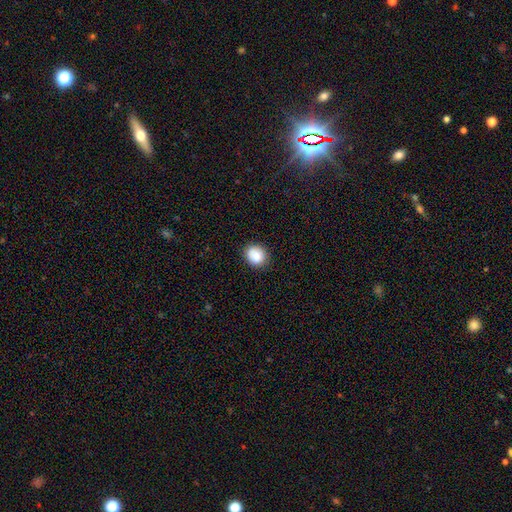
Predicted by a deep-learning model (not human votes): Smooth or featured: smooth — 84% (star or artifact — 9%)
How rounded: round — 73% (in between — 26%)
Merging: none — 83% (minor disturbance — 12%)